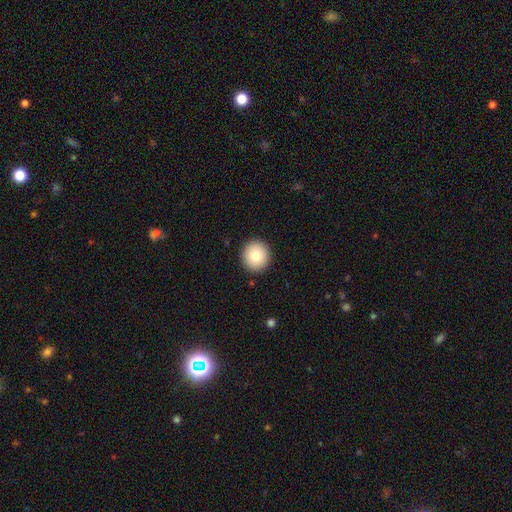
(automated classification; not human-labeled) Overall: smooth (78%). How rounded: round (93%). Merging: none (92%).